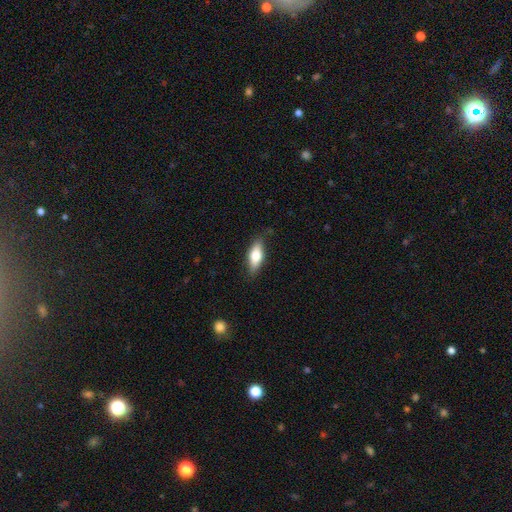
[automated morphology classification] This is likely a smooth galaxy (66%). How rounded: likely in between (70%). Merging: clearly none (81%).